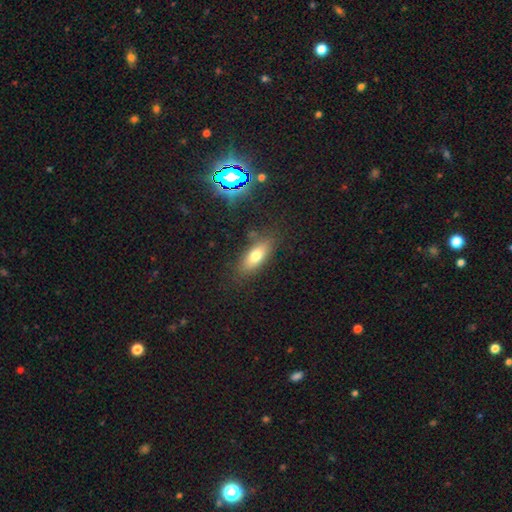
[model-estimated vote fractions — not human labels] smooth_or_featured: smooth (p=0.72) [alt: featured or disk p=0.18]
how_rounded: in between (p=0.75) [alt: cigar-shaped p=0.21]
merging: none (p=0.80) [alt: minor disturbance p=0.13]